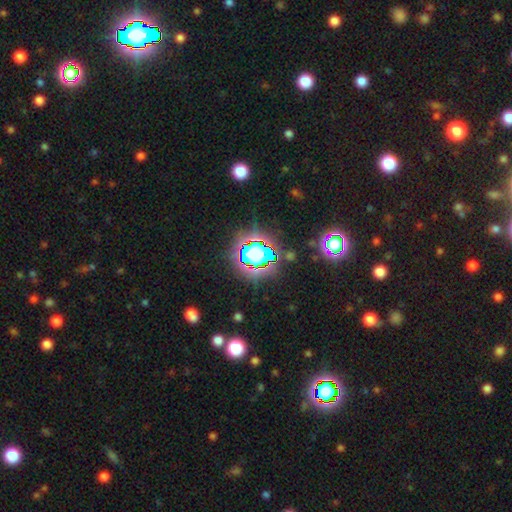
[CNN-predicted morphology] type=star or artifact (68%).